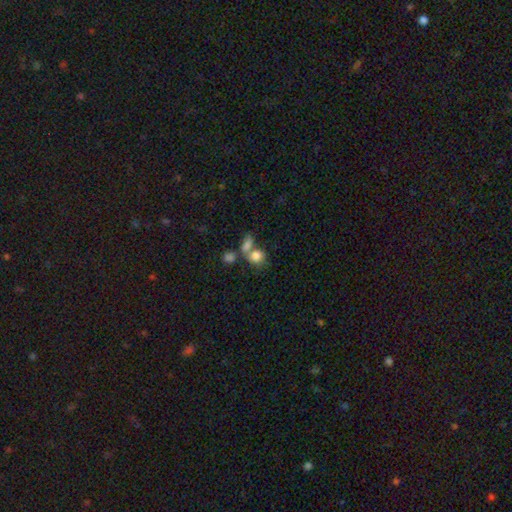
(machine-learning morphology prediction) smooth_or_featured: smooth (p=0.80) [alt: star or artifact p=0.10]
how_rounded: round (p=0.62) [alt: in between p=0.37]
merging: merger (p=0.48) [alt: none p=0.37]